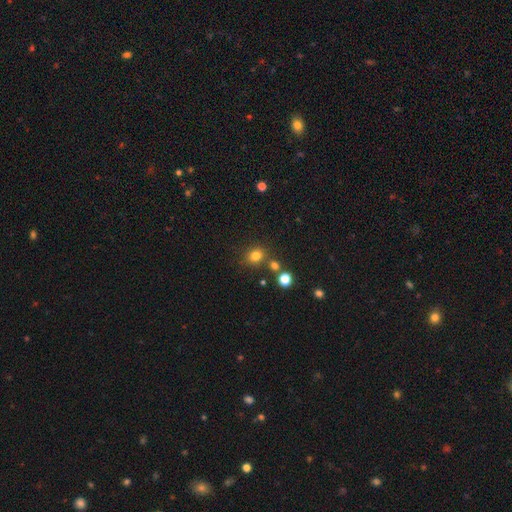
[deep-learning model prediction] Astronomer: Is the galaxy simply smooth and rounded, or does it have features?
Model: smooth — 78%.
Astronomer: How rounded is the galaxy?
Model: round — 67%.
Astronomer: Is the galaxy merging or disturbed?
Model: none — 75%.